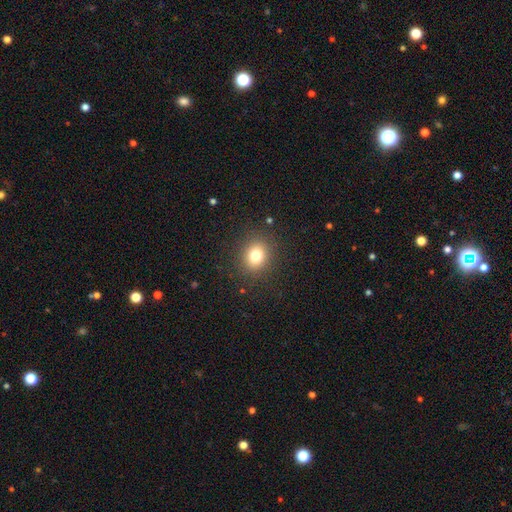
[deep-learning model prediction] Morphology: type=smooth (78%); roundness=round (67%); merging=none (88%).